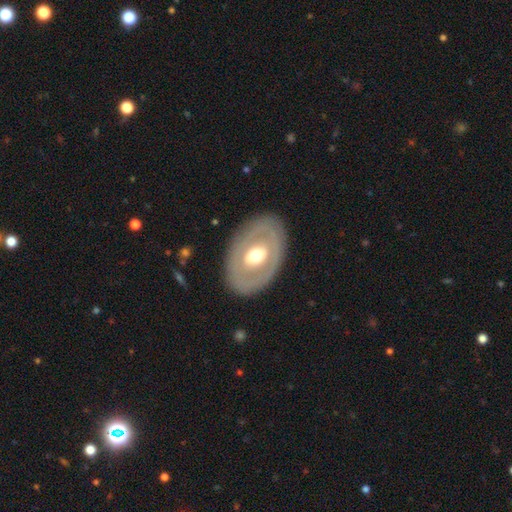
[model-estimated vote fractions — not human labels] This appears to be a featured or disk galaxy (60%) with no bar (68%), no spiral arms (85%) and a moderate central bulge (69%). Merging: none (84%).